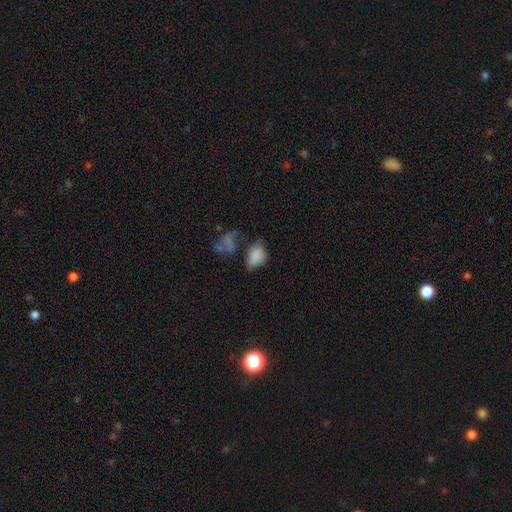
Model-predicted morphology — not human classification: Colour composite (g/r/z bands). It shows a smooth galaxy with no disk features (78%) that is in between round and cigar-shaped (81%). Merging: none (33%).